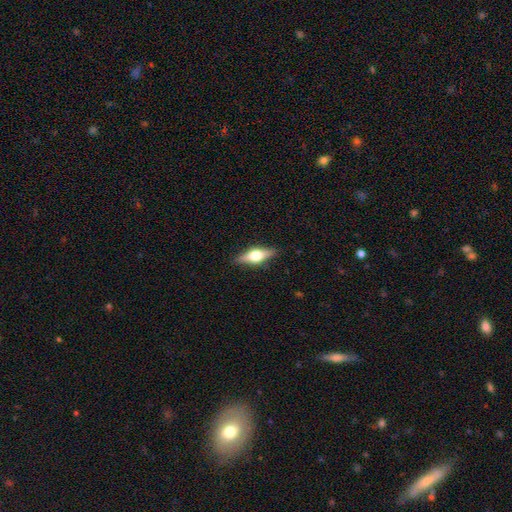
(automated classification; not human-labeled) smooth_or_featured: featured or disk (p=0.58) [alt: smooth p=0.35]
disk_edge_on: yes (p=0.94) [alt: no p=0.06]
edge_on_bulge: rounded (p=0.94) [alt: boxy p=0.05]
merging: none (p=0.88) [alt: minor disturbance p=0.09]